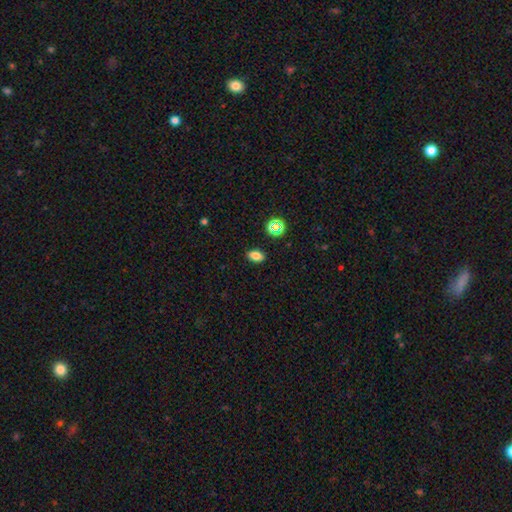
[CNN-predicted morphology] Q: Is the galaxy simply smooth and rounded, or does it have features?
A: smooth — 78%.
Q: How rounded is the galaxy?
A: in between — 85%.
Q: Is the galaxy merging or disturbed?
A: none — 88%.